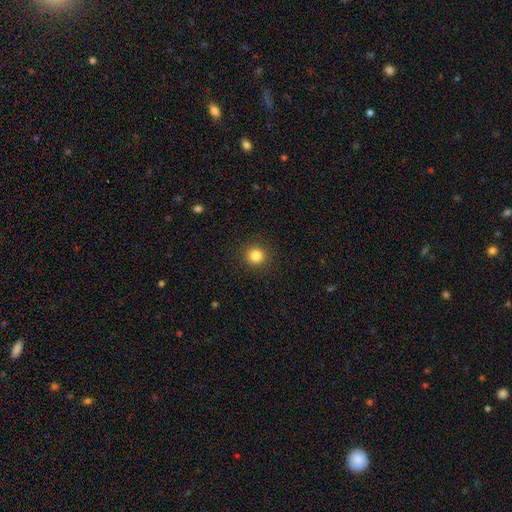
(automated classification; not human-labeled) Smooth or featured? smooth (83%)
How rounded? round (94%)
Merging? none (92%)